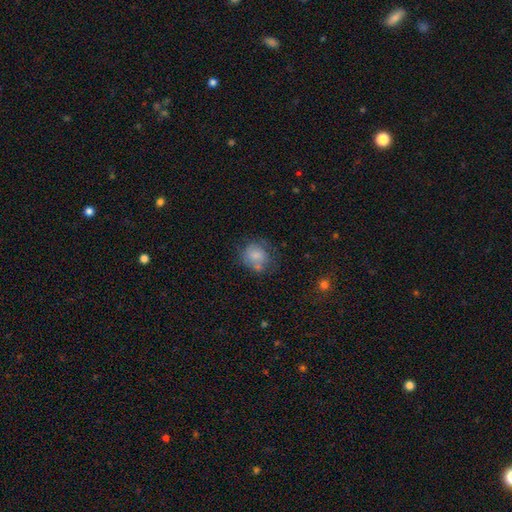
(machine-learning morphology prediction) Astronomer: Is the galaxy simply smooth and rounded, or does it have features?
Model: smooth — 72%.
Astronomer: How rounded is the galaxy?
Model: round — 70%.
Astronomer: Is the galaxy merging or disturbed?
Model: none — 51%.